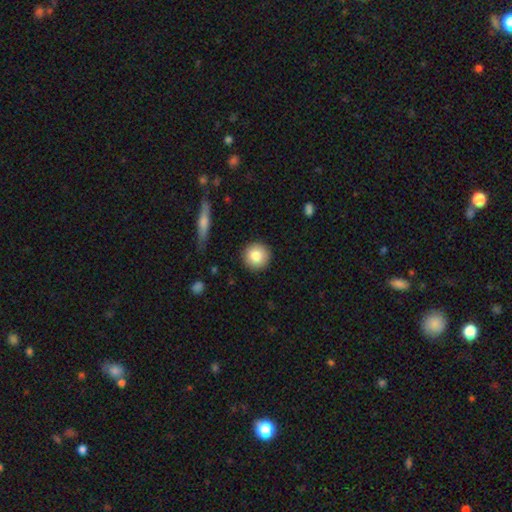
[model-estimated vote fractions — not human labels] Smooth or featured?
  - smooth: 84% *
  - featured or disk: 9%
  - star or artifact: 8%
How rounded?
  - round: 94% *
  - in between: 5%
  - cigar-shaped: 1%
Merging?
  - none: 91% *
  - minor disturbance: 6%
  - major disturbance: 2%
  - merger: 1%